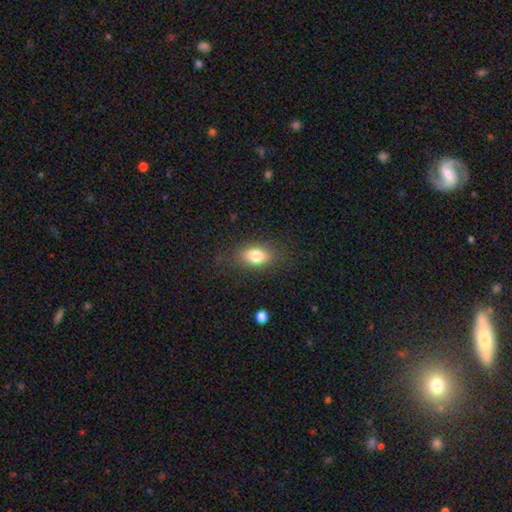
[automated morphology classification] Smooth or featured: smooth — 81% (featured or disk — 10%)
How rounded: in between — 84% (round — 12%)
Merging: none — 81% (minor disturbance — 13%)